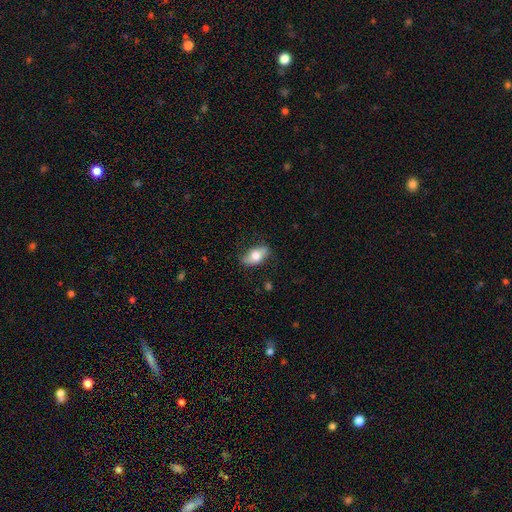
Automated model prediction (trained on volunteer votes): smooth-or-featured: smooth: 64% | featured or disk: 29% | star or artifact: 7%
  how-rounded: in between: 86% | cigar-shaped: 7% | round: 7%
  merging: none: 77% | minor disturbance: 18% | major disturbance: 4% | merger: 1%